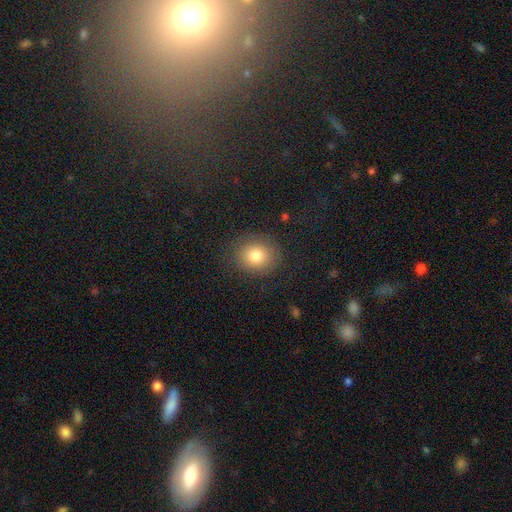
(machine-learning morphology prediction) Smooth or featured: smooth — 80% (star or artifact — 11%)
How rounded: round — 76% (in between — 23%)
Merging: none — 85% (minor disturbance — 9%)